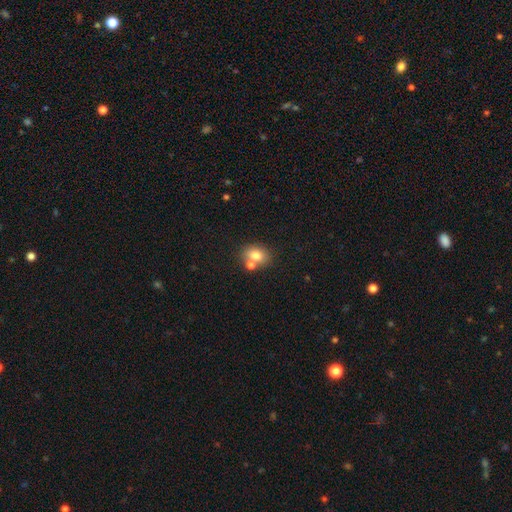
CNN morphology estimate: This is likely a smooth galaxy (77%). How rounded: possibly in between (57%). Merging: possibly none (57%).